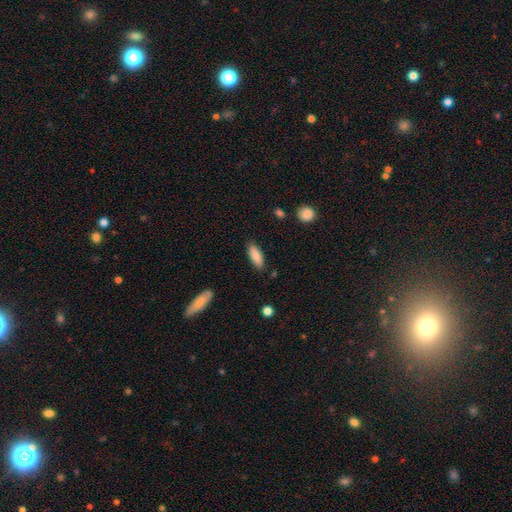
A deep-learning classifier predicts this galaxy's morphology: Smooth or featured?
  - smooth: 86% *
  - featured or disk: 8%
  - star or artifact: 6%
How rounded?
  - in between: 71% *
  - cigar-shaped: 27%
  - round: 2%
Merging?
  - none: 86% *
  - minor disturbance: 10%
  - major disturbance: 2%
  - merger: 2%